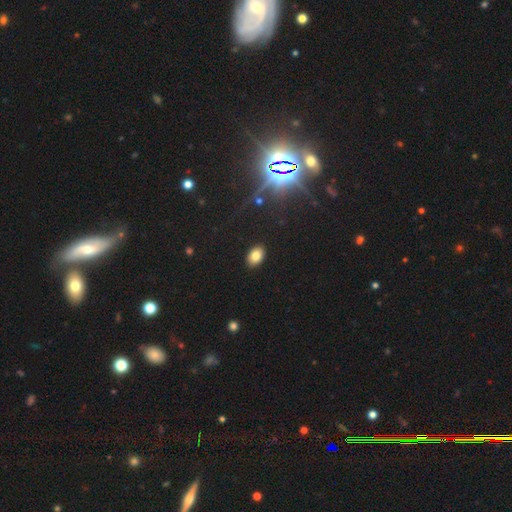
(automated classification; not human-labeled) smooth_or_featured: smooth (p=0.80) [alt: star or artifact p=0.11]
how_rounded: in between (p=0.86) [alt: round p=0.12]
merging: none (p=0.90) [alt: minor disturbance p=0.07]